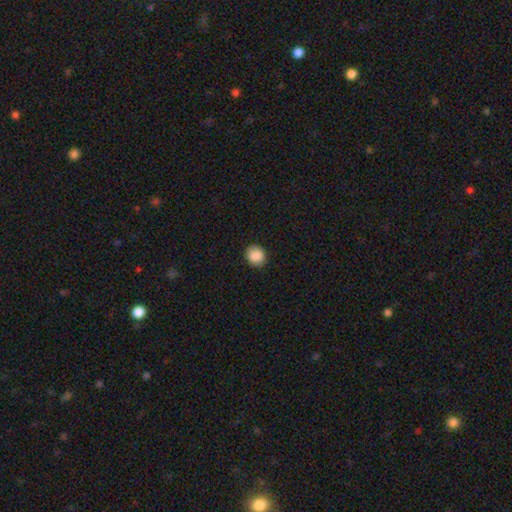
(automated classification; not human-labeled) This appears to be a smooth galaxy with no disk features (87%) that is round (75%). Merging: none (87%).